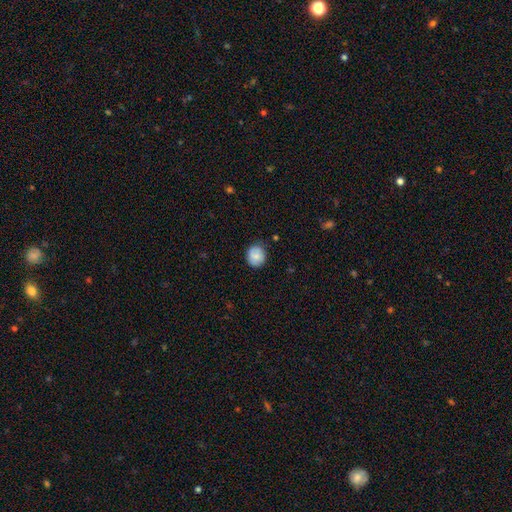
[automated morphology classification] Smooth or featured? Predicted: smooth (p=0.78). How rounded? Predicted: round (p=0.79). Merging? Predicted: none (p=0.78).